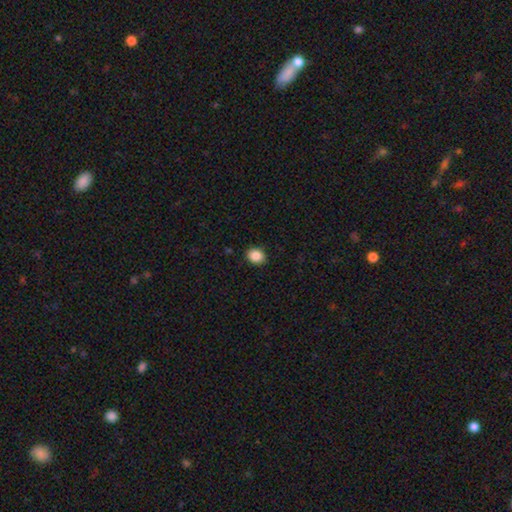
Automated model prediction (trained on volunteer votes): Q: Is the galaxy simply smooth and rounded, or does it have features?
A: smooth — 87%.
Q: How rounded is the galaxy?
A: round — 54%.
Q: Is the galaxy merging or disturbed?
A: none — 90%.